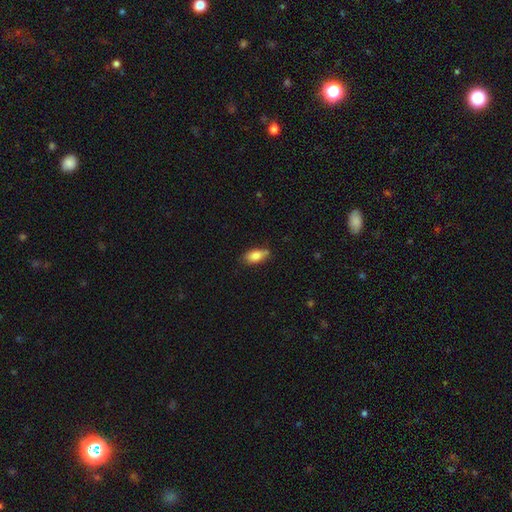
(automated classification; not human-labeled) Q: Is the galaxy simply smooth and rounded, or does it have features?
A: smooth — 82%.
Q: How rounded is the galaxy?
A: in between — 88%.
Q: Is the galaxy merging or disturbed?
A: none — 72%.